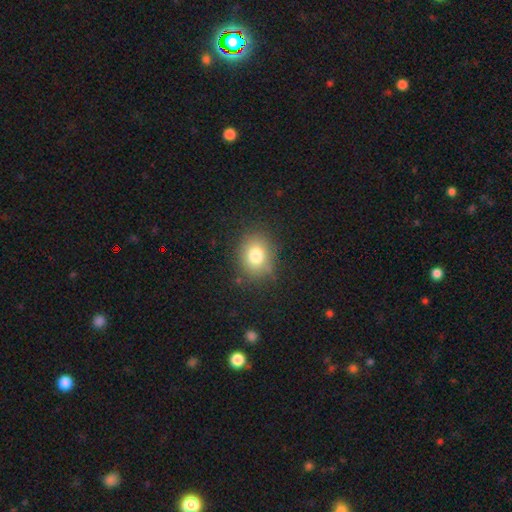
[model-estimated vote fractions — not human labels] Smooth or featured? smooth (80%)
How rounded? round (53%)
Merging? none (82%)